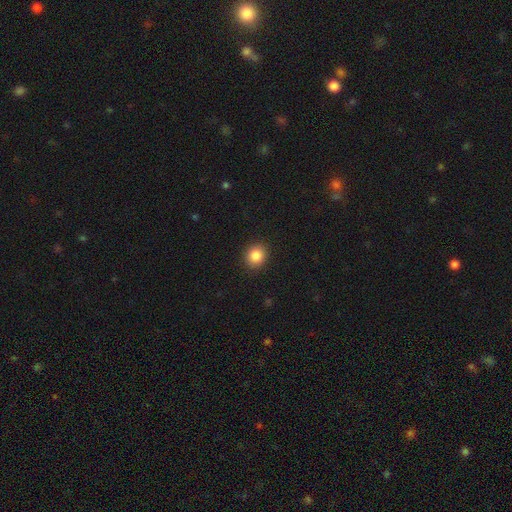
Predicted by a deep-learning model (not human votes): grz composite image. It shows a smooth galaxy with no disk features (86%) that is round (79%). Merging: none (91%).